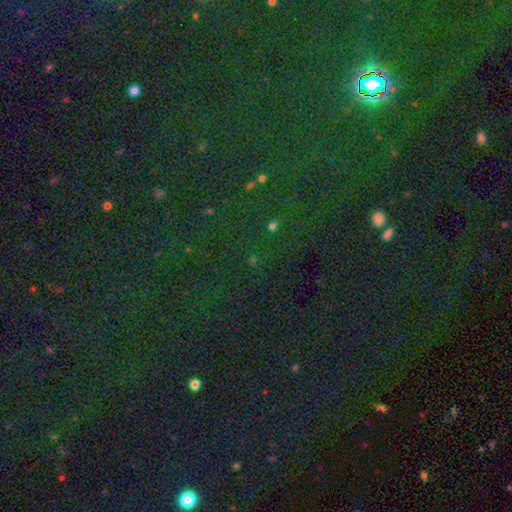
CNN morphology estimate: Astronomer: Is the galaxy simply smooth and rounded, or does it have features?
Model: star or artifact — 80%.